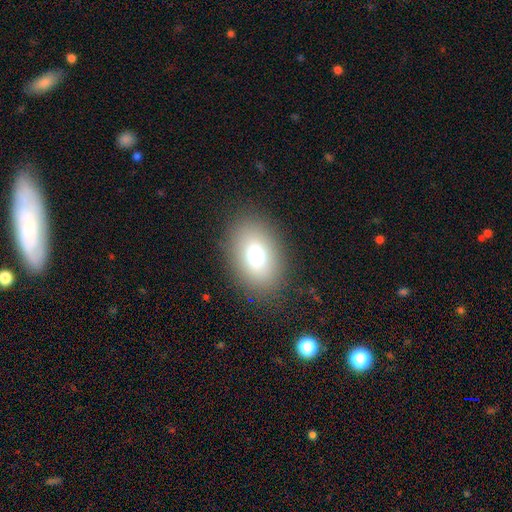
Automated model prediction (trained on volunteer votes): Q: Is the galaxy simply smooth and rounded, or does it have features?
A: smooth — 75%.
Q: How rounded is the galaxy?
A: in between — 85%.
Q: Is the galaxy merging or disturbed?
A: none — 86%.